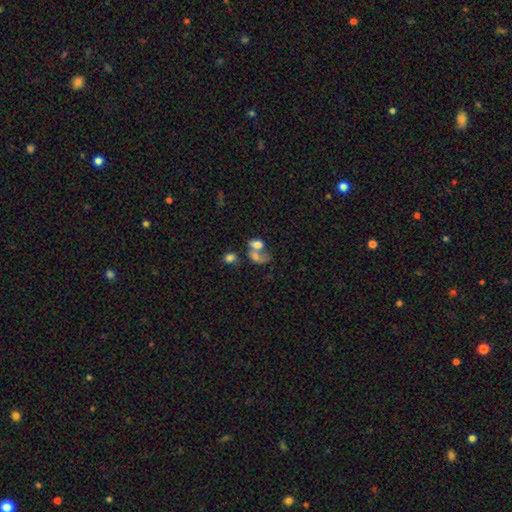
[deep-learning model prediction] Q: Smooth or featured?
A: smooth (56%); runner-up: featured or disk (31%)
Q: How rounded?
A: in between (67%); runner-up: round (32%)
Q: Merging?
A: merger (66%); runner-up: none (14%)